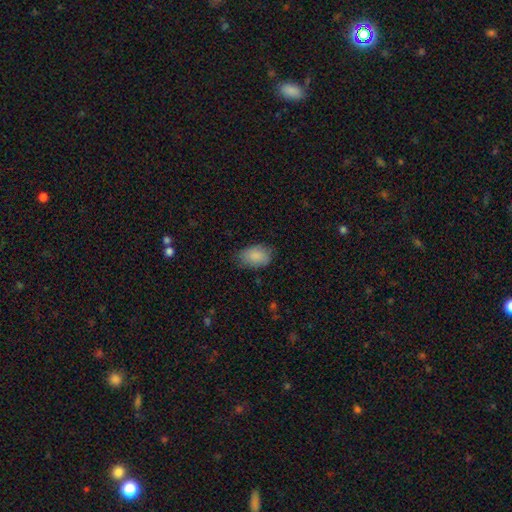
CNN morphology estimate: Overall: smooth (87%). How rounded: in between (89%). Merging: none (73%).